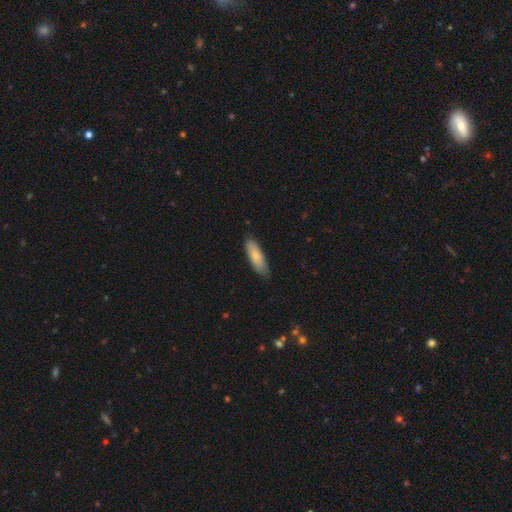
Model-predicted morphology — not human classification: type=smooth (76%); roundness=in between (57%); merging=none (76%).